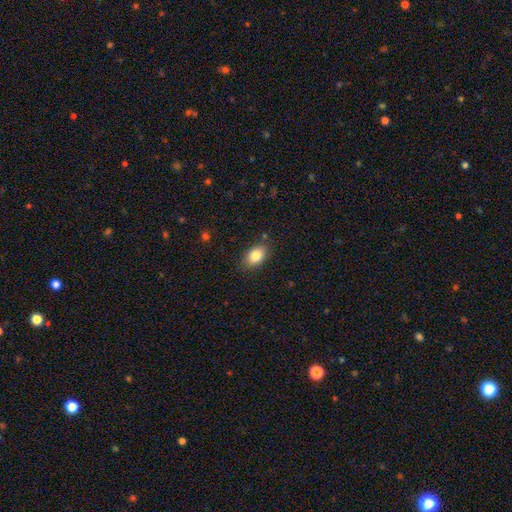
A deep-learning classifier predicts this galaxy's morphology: Smooth or featured?
  - smooth: 83% *
  - featured or disk: 9%
  - star or artifact: 8%
How rounded?
  - in between: 84% *
  - round: 15%
  - cigar-shaped: 2%
Merging?
  - none: 82% *
  - minor disturbance: 13%
  - major disturbance: 3%
  - merger: 2%